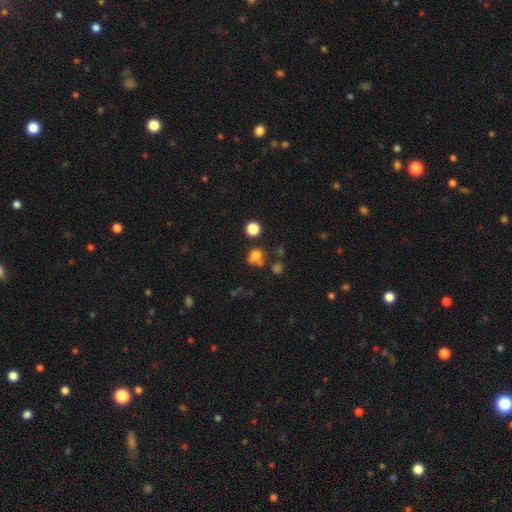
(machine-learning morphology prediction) A smooth galaxy with no disk features (72%) that is round (73%).

Vote fractions:
- Smooth or featured? smooth: 72% / star or artifact: 18% / featured or disk: 10%
- How rounded? round: 73% / in between: 26% / cigar-shaped: 1%
- Merging? none: 53% / merger: 21% / minor disturbance: 16% / major disturbance: 9%